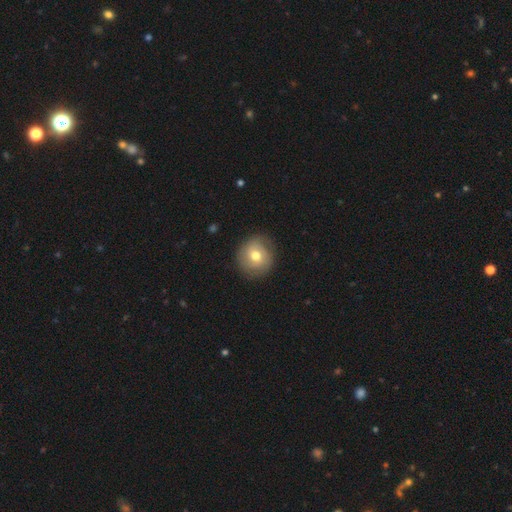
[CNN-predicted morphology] smooth 62%, featured or disk 29%, star or artifact 9%. Down the decision tree: how rounded — round (89%); merging — none (80%).